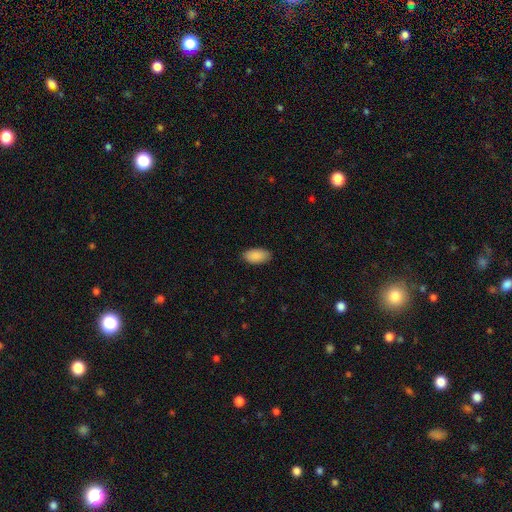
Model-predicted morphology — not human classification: This is clearly a smooth galaxy (90%). How rounded: clearly in between (95%). Merging: clearly none (87%).